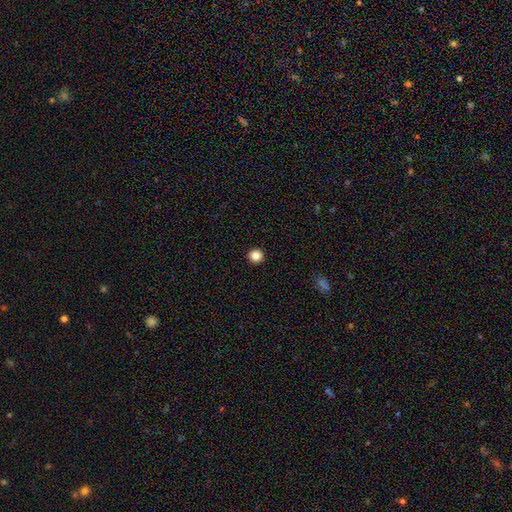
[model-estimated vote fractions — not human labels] Smooth or featured? Predicted: smooth (p=0.86). How rounded? Predicted: round (p=0.94). Merging? Predicted: none (p=0.94).